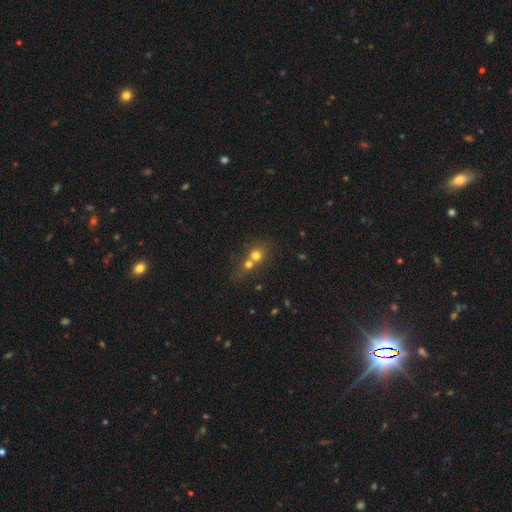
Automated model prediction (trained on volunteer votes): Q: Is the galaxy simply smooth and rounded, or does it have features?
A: smooth — 68%.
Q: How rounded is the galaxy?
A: round — 79%.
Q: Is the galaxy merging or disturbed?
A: merger — 61%.